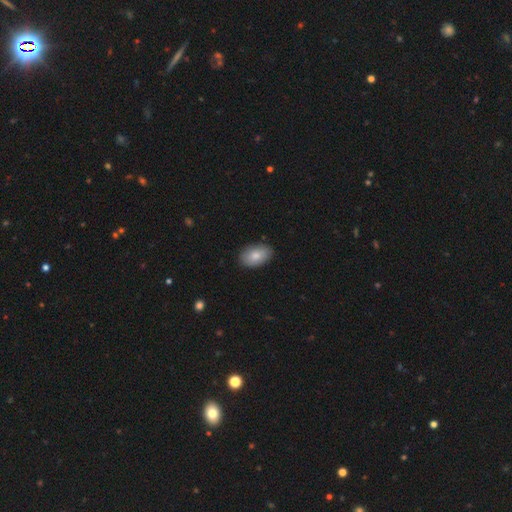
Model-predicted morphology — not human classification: Smooth or featured? Predicted: smooth (p=0.81). How rounded? Predicted: in between (p=0.92). Merging? Predicted: none (p=0.87).